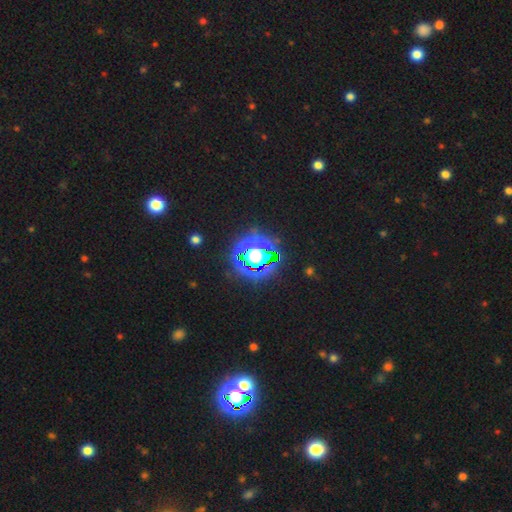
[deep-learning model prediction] smooth-or-featured: star or artifact: 66% | smooth: 22% | featured or disk: 12%